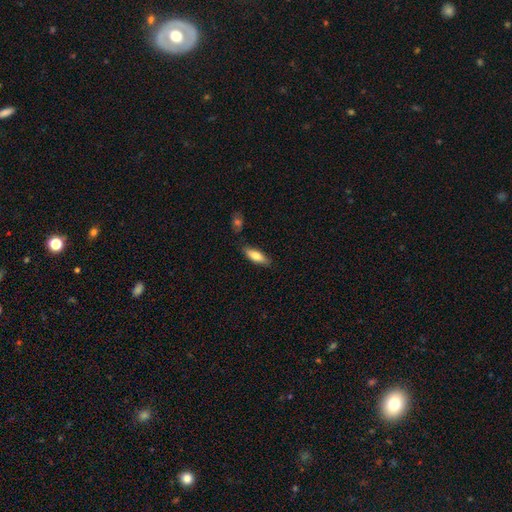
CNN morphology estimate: A smooth galaxy with no disk features (74%) that is in between round and cigar-shaped (55%).

Vote fractions:
- Smooth or featured? smooth: 74% / featured or disk: 20% / star or artifact: 6%
- How rounded? in between: 55% / cigar-shaped: 43% / round: 2%
- Merging? none: 82% / minor disturbance: 13% / merger: 4% / major disturbance: 2%